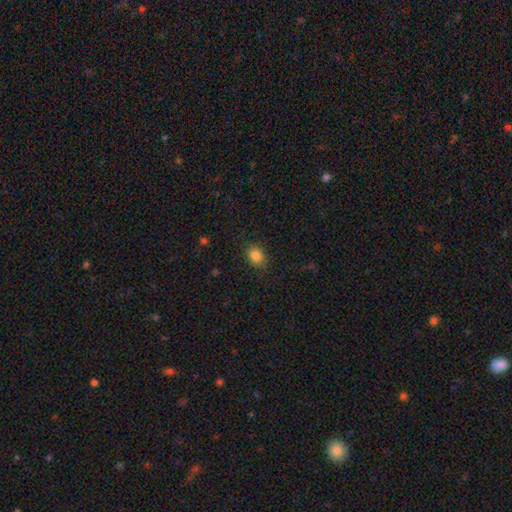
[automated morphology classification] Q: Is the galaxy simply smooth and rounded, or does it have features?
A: smooth — 85%.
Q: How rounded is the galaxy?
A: in between — 61%.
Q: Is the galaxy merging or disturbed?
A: none — 85%.